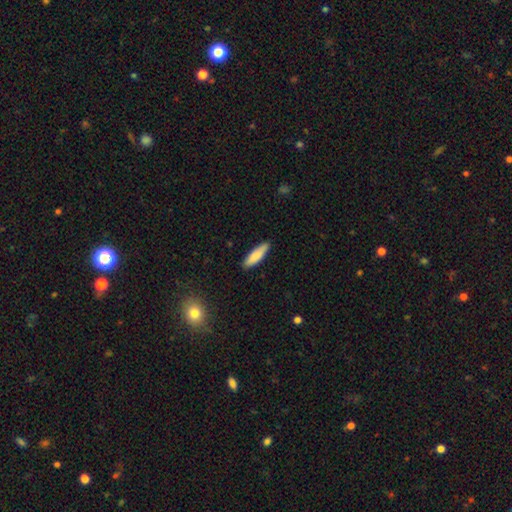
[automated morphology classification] The model was most divided on "how rounded": cigar-shaped: 62%, in between: 37%, round: 1%. More confident: merging — none (85%); smooth or featured — smooth (84%).